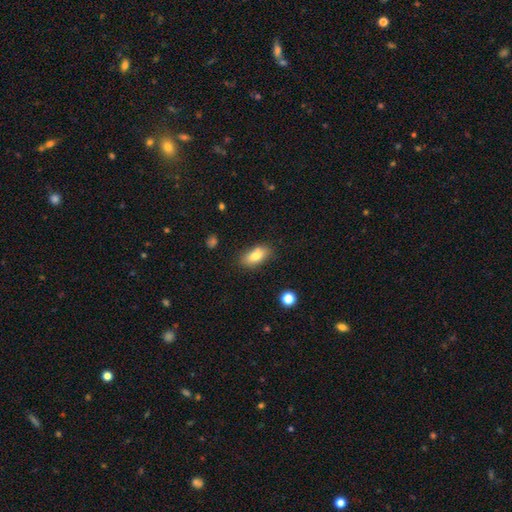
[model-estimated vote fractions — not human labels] smooth_or_featured: smooth (p=0.79) [alt: featured or disk p=0.13]
how_rounded: in between (p=0.87) [alt: cigar-shaped p=0.08]
merging: none (p=0.79) [alt: minor disturbance p=0.15]